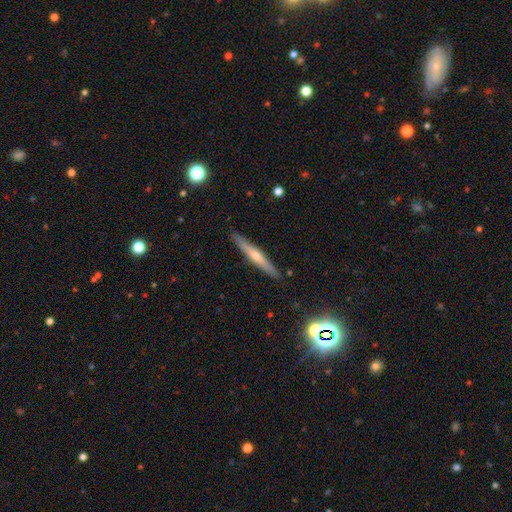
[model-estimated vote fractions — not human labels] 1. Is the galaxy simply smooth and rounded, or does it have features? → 55% featured or disk, 38% smooth, 7% star or artifact.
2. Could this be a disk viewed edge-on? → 96% yes, 4% no.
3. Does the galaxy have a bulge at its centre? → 67% rounded, 28% none, 5% boxy.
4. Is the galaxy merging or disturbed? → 90% none, 7% minor disturbance, 1% major disturbance, 1% merger.